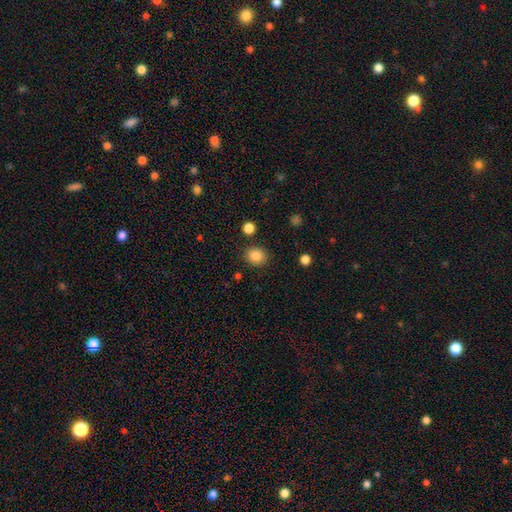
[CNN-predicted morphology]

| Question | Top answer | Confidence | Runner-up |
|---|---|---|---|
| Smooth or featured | smooth | 86% | star or artifact (10%) |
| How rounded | round | 71% | in between (29%) |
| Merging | none | 87% | minor disturbance (8%) |